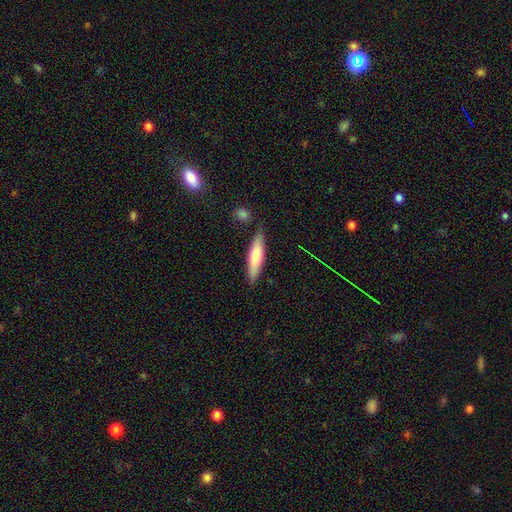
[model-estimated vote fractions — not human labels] smooth_or_featured: smooth (p=0.67) [alt: featured or disk p=0.27]
how_rounded: cigar-shaped (p=0.75) [alt: in between p=0.23]
merging: none (p=0.82) [alt: minor disturbance p=0.12]